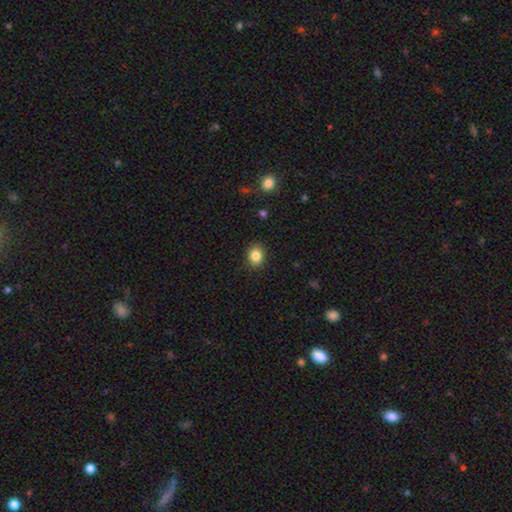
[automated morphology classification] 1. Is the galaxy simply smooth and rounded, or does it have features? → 84% smooth, 10% star or artifact, 5% featured or disk.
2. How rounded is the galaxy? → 60% round, 40% in between, 1% cigar-shaped.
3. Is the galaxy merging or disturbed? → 90% none, 7% minor disturbance, 2% major disturbance, 1% merger.